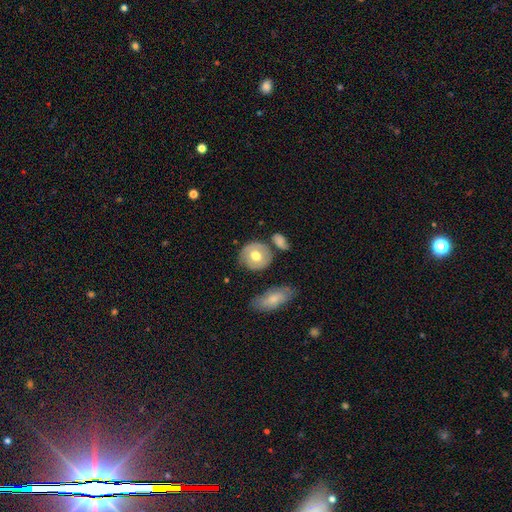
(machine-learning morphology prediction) Smooth or featured?
  - smooth: 59% *
  - featured or disk: 35%
  - star or artifact: 6%
How rounded?
  - round: 78% *
  - in between: 20%
  - cigar-shaped: 1%
Merging?
  - none: 69% *
  - minor disturbance: 18%
  - merger: 8%
  - major disturbance: 5%